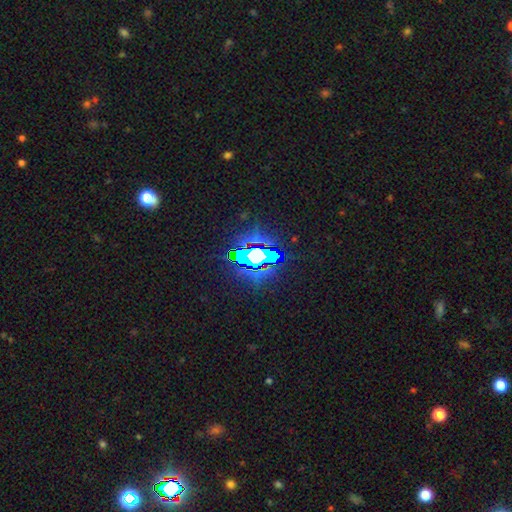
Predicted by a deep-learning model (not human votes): star or artifact 72%, smooth 15%, featured or disk 13%.